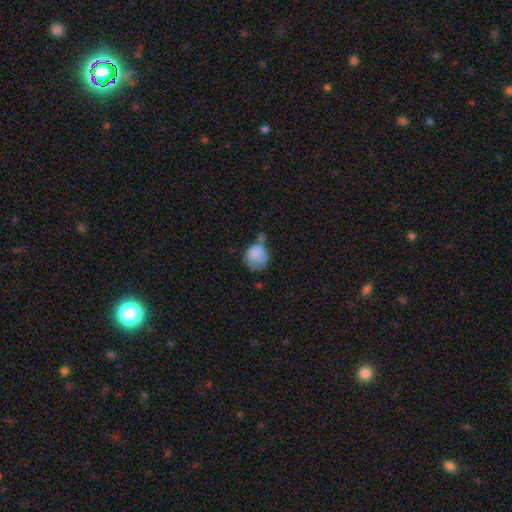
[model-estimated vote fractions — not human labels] smooth_or_featured: smooth (p=0.76) [alt: featured or disk p=0.15]
how_rounded: round (p=0.72) [alt: in between p=0.27]
merging: none (p=0.33) [alt: minor disturbance p=0.30]